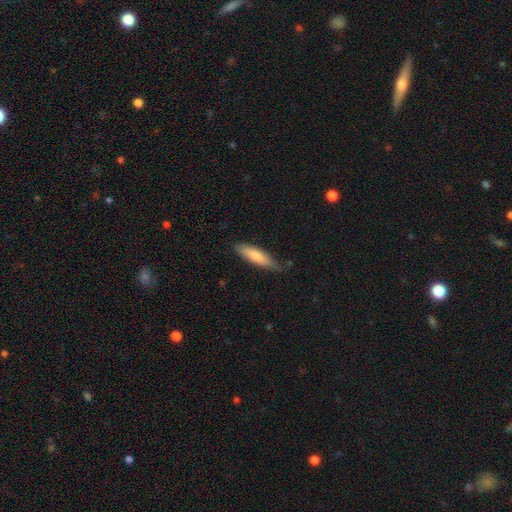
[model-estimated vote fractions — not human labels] Overall: smooth (78%). How rounded: cigar-shaped (62%; in between 36%). Merging: none (74%).